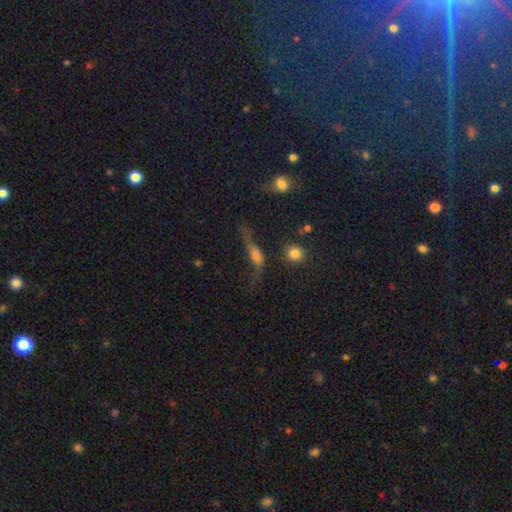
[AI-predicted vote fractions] featured or disk 52%, smooth 33%, star or artifact 15%. Down the decision tree: edge-on disk — no (66%); merging — none (38%).